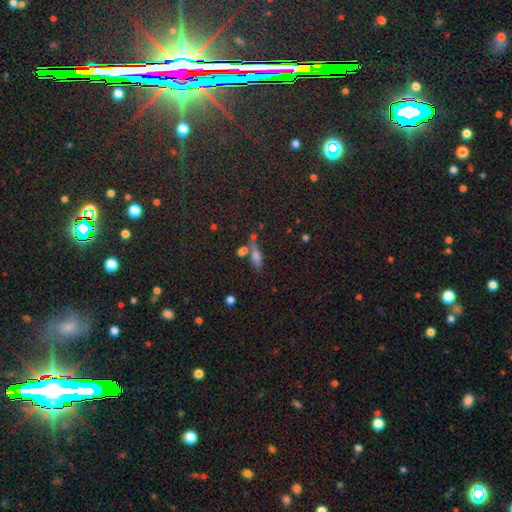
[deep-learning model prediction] A smooth galaxy with no disk features (63%) that is in between round and cigar-shaped (50%).

Vote fractions:
- Smooth or featured? smooth: 63% / featured or disk: 20% / star or artifact: 17%
- How rounded? in between: 50% / cigar-shaped: 44% / round: 6%
- Merging? none: 56% / merger: 23% / minor disturbance: 15% / major disturbance: 6%